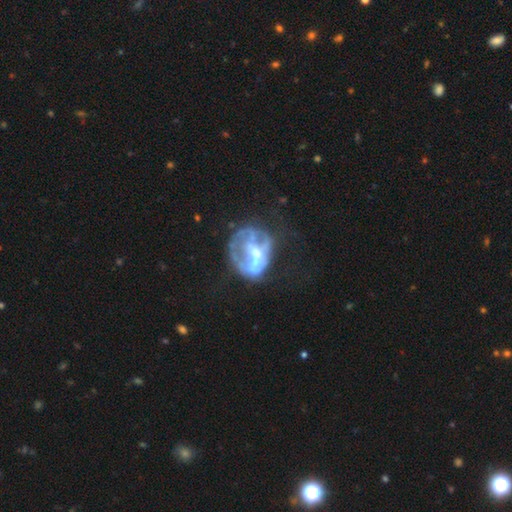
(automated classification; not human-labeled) smooth_or_featured: featured or disk (p=0.69) [alt: smooth p=0.22]
disk_edge_on: no (p=0.97) [alt: yes p=0.03]
bar: no (p=0.68) [alt: weak p=0.21]
has_spiral_arms: no (p=0.75) [alt: yes p=0.25]
bulge_size: moderate (p=0.51) [alt: small p=0.34]
merging: major disturbance (p=0.36) [alt: none p=0.32]